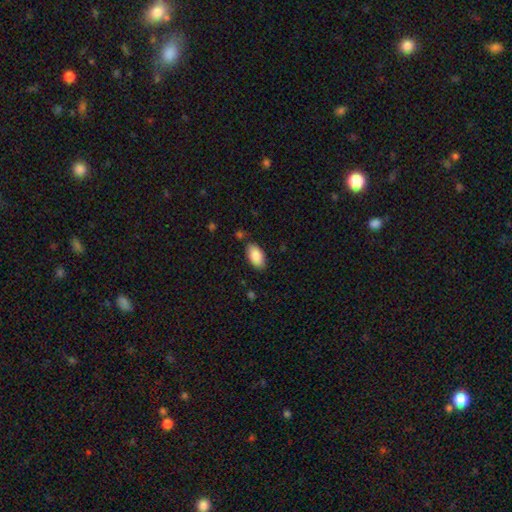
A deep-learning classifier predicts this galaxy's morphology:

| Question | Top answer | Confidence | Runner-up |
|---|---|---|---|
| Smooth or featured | smooth | 87% | featured or disk (7%) |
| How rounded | in between | 95% | round (3%) |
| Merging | none | 82% | minor disturbance (12%) |